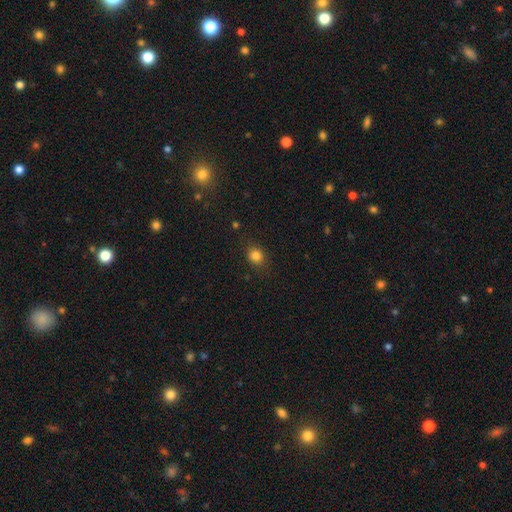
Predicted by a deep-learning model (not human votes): Smooth or featured? Predicted: smooth (p=0.83). How rounded? Predicted: round (p=0.72). Merging? Predicted: none (p=0.83).